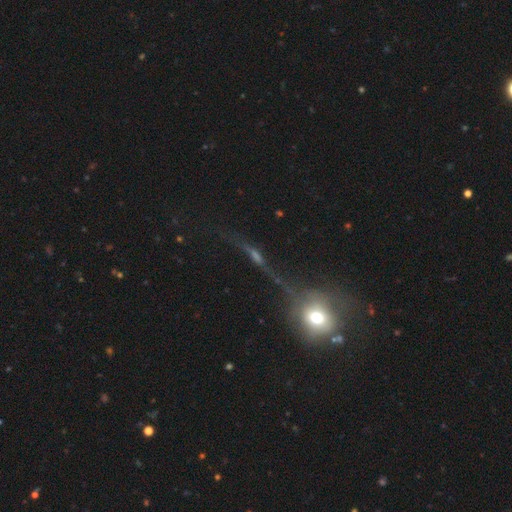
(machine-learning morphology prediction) A featured or disk galaxy (57%) viewed edge-on (68%). Merging: none (55%).